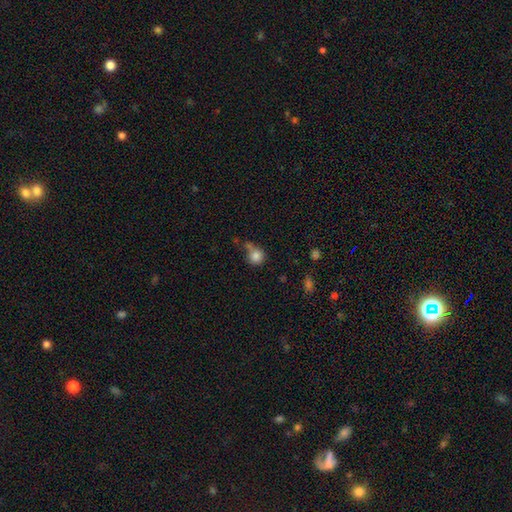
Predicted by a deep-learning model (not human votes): Smooth or featured? smooth (82%)
How rounded? round (86%)
Merging? none (46%)